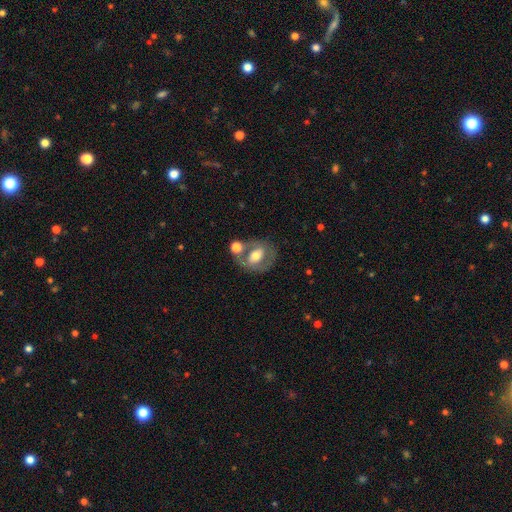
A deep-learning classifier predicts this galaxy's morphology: type=featured or disk (52%); edge-on=no (93%); merging=none (49%).